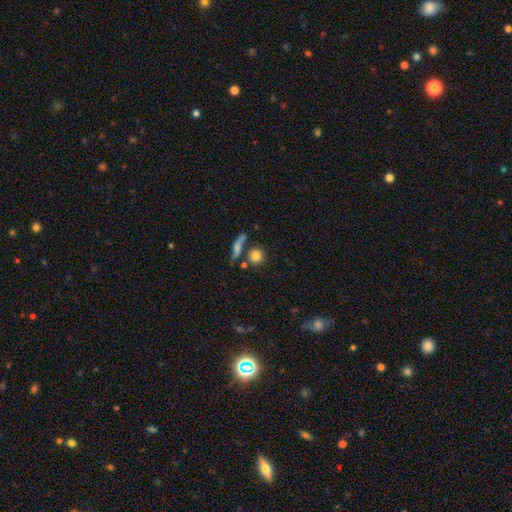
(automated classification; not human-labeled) Overall: smooth (80%). How rounded: round (83%). Merging: none (69%).